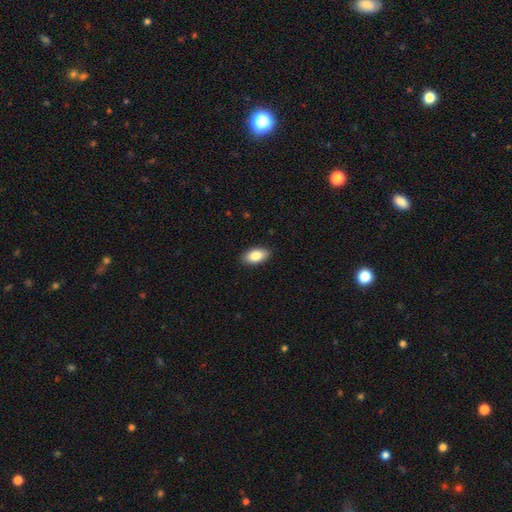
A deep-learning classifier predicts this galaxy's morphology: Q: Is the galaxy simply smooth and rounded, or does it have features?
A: smooth — 86%.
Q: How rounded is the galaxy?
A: in between — 93%.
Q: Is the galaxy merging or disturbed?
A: none — 90%.